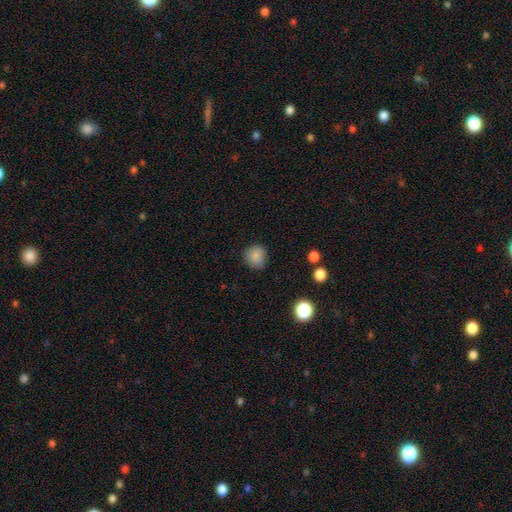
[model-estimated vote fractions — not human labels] Smooth or featured: smooth — 86% (star or artifact — 10%)
How rounded: round — 90% (in between — 9%)
Merging: none — 87% (minor disturbance — 10%)